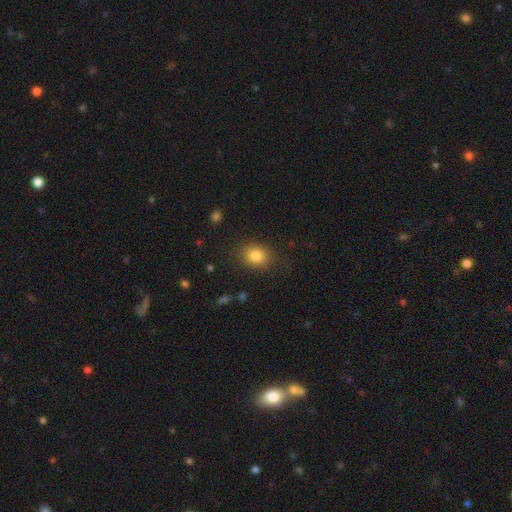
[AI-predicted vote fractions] Smooth or featured? smooth (83%)
How rounded? round (54%)
Merging? none (84%)